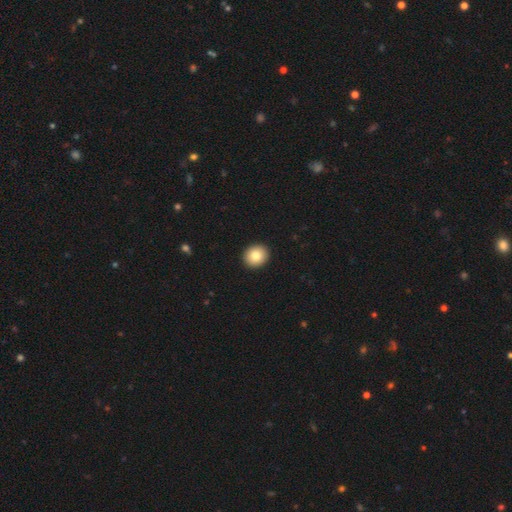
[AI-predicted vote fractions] Smooth or featured? smooth (81%)
How rounded? round (77%)
Merging? none (93%)